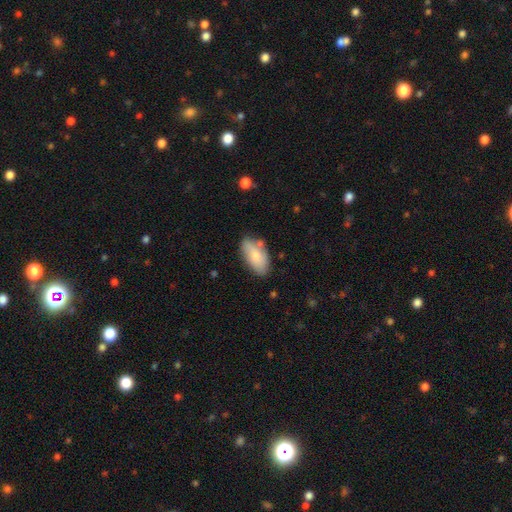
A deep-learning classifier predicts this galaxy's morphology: Smooth or featured? Predicted: smooth (p=0.77). How rounded? Predicted: in between (p=0.93). Merging? Predicted: none (p=0.67).